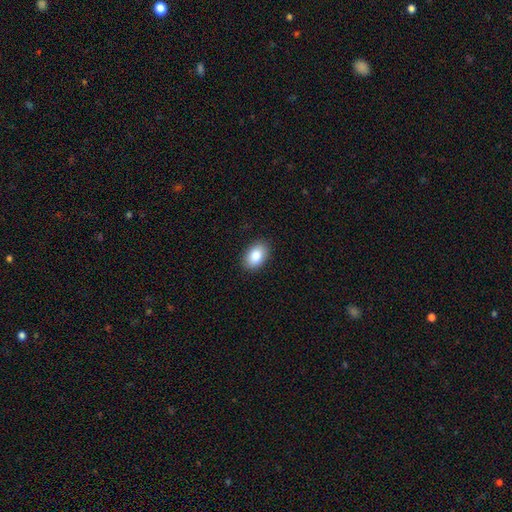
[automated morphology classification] smooth-or-featured: smooth: 87% | star or artifact: 7% | featured or disk: 6%
  how-rounded: in between: 90% | round: 9% | cigar-shaped: 1%
  merging: none: 88% | minor disturbance: 9% | major disturbance: 2% | merger: 1%